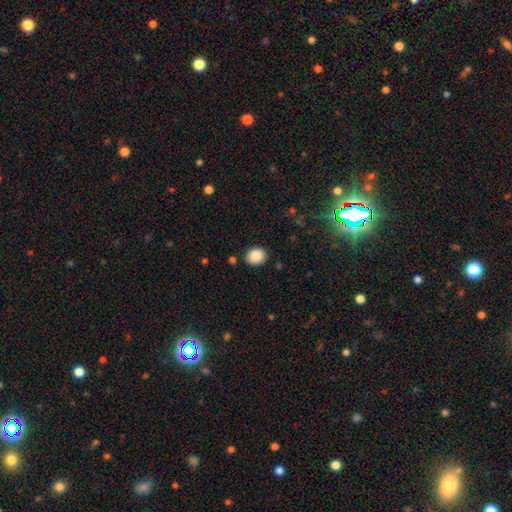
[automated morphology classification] Overall: smooth (88%). How rounded: round (76%). Merging: none (87%).